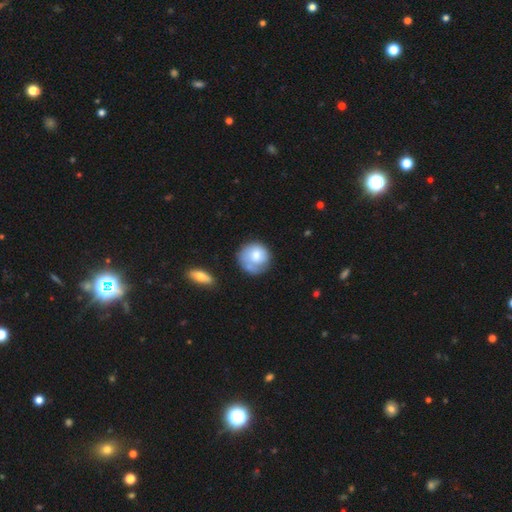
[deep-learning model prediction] smooth-or-featured: smooth: 67% | featured or disk: 27% | star or artifact: 6%
  how-rounded: round: 88% | in between: 11% | cigar-shaped: 1%
  merging: none: 59% | minor disturbance: 22% | major disturbance: 11% | merger: 8%